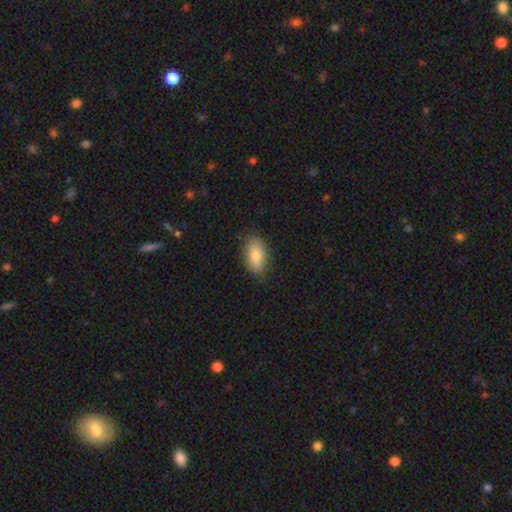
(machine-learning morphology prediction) This appears to be a smooth galaxy with no disk features (80%) that is in between round and cigar-shaped (91%). Merging: none (85%).